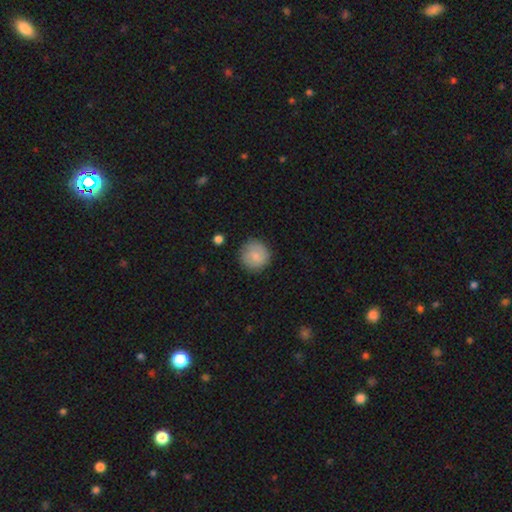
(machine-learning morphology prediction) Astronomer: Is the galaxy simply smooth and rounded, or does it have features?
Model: smooth — 79%.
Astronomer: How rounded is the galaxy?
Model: round — 93%.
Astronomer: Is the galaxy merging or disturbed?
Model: none — 84%.